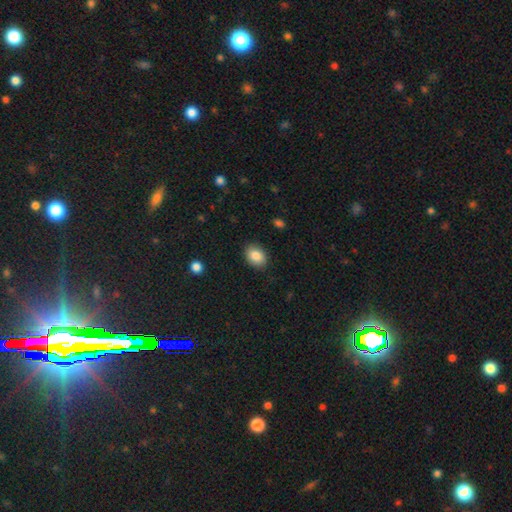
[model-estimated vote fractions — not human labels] Smooth or featured: smooth — 86% (star or artifact — 8%)
How rounded: in between — 66% (round — 34%)
Merging: none — 88% (minor disturbance — 9%)